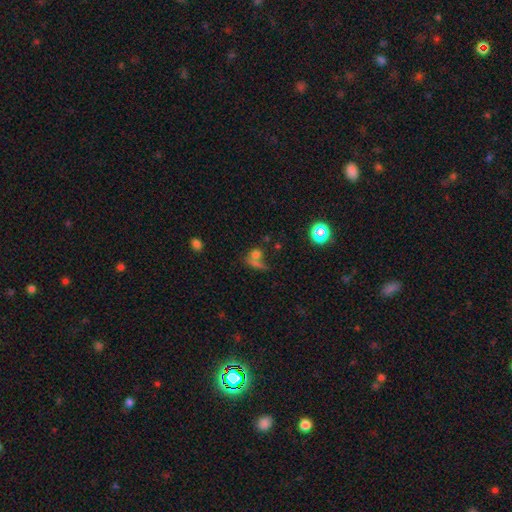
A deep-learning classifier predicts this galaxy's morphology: This appears to be a smooth galaxy with no disk features (63%) that is round (60%). Merging: merger (40%).